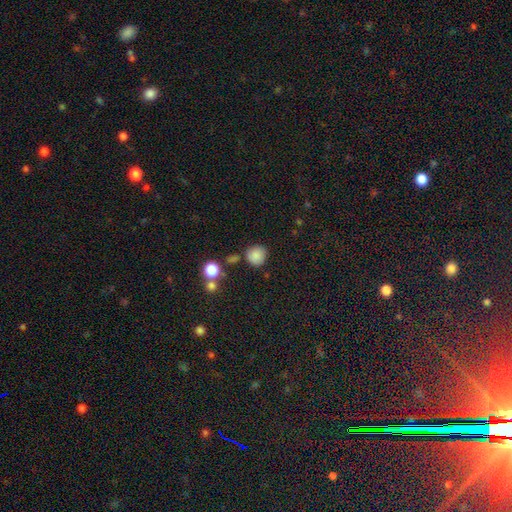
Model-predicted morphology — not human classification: Smooth or featured: smooth — 84% (star or artifact — 11%)
How rounded: round — 89% (in between — 10%)
Merging: none — 77% (minor disturbance — 13%)